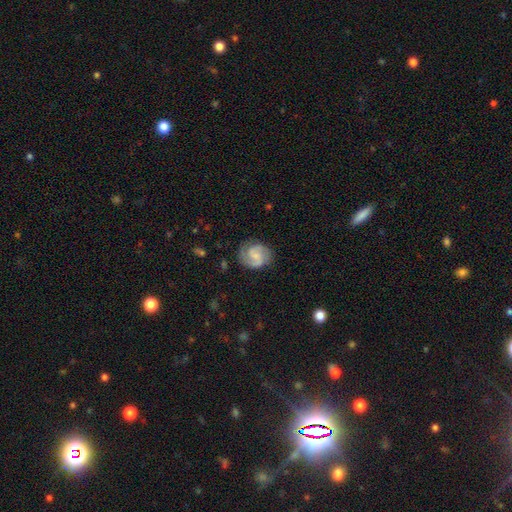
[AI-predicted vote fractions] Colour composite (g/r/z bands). It shows a featured or disk galaxy (79%) with a weak bar (47%), 2 (89%) medium (53%) spiral arms (96%) and a small central bulge (55%). Merging: none (79%).